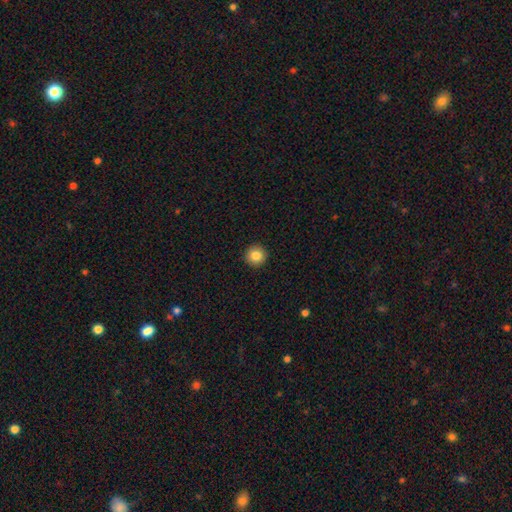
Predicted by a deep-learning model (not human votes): Overall: smooth (84%). How rounded: round (96%). Merging: none (93%).